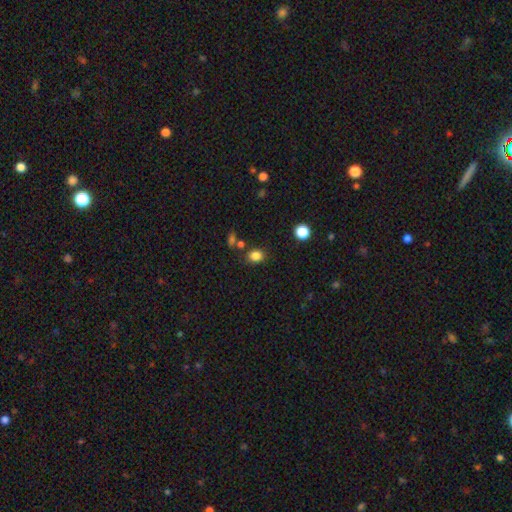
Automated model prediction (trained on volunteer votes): smooth_or_featured: smooth (p=0.83) [alt: star or artifact p=0.12]
how_rounded: round (p=0.58) [alt: in between p=0.41]
merging: none (p=0.78) [alt: minor disturbance p=0.11]